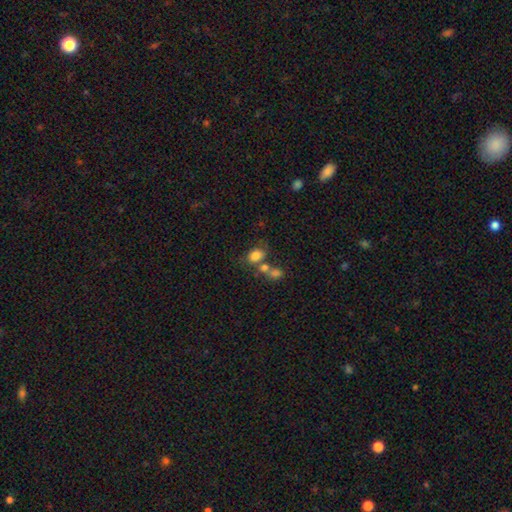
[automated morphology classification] Smooth or featured? Predicted: smooth (p=0.79). How rounded? Predicted: in between (p=0.68). Merging? Predicted: none (p=0.44).